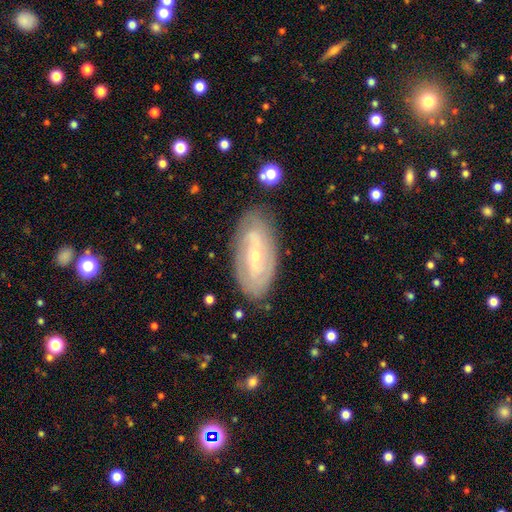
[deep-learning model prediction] Smooth or featured? featured or disk (74%)
Edge-on disk? no (91%)
Bar? no (38%)
Spiral arms? yes (79%)
Spiral winding? tight (57%)
Spiral arm count? 2 (50%)
Bulge size? small (73%)
Merging? none (82%)